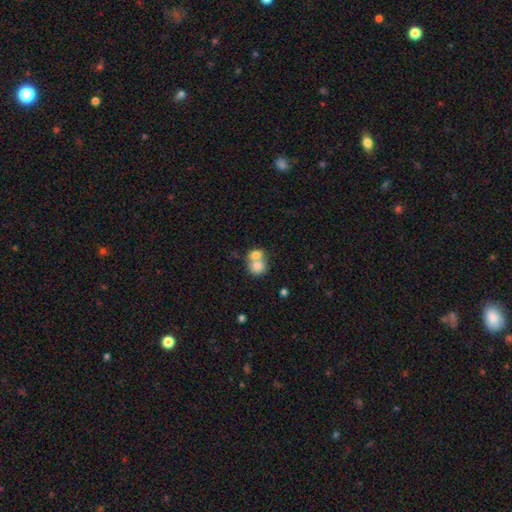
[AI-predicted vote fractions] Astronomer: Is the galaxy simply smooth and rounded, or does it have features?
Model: smooth — 76%.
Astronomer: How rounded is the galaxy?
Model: round — 66%.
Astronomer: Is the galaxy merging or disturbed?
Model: merger — 69%.